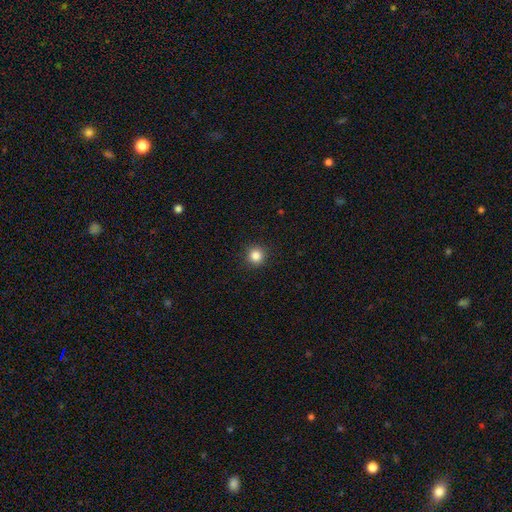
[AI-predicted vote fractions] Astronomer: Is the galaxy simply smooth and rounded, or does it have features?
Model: smooth — 84%.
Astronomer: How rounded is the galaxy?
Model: round — 95%.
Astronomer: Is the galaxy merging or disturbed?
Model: none — 92%.